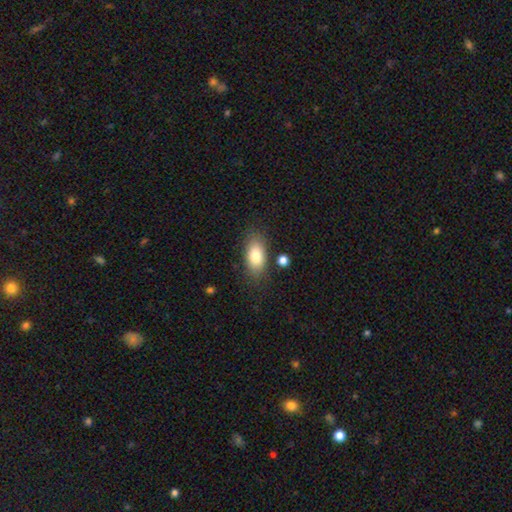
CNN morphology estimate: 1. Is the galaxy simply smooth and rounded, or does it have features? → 81% smooth, 12% featured or disk, 7% star or artifact.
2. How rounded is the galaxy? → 89% in between, 6% cigar-shaped, 6% round.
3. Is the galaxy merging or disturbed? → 79% none, 13% minor disturbance, 4% merger, 4% major disturbance.